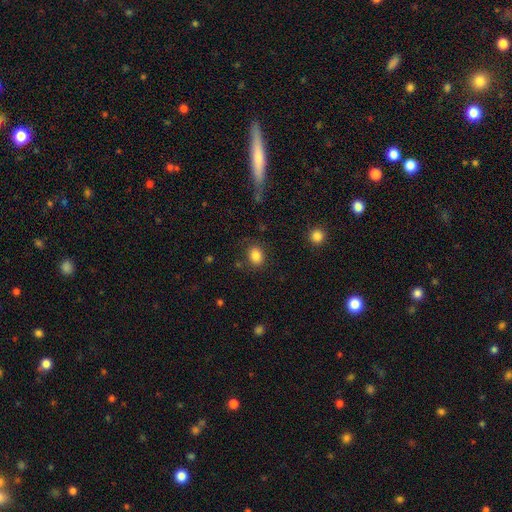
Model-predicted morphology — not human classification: Smooth or featured: smooth — 85% (star or artifact — 10%)
How rounded: in between — 56% (round — 43%)
Merging: none — 81% (minor disturbance — 12%)